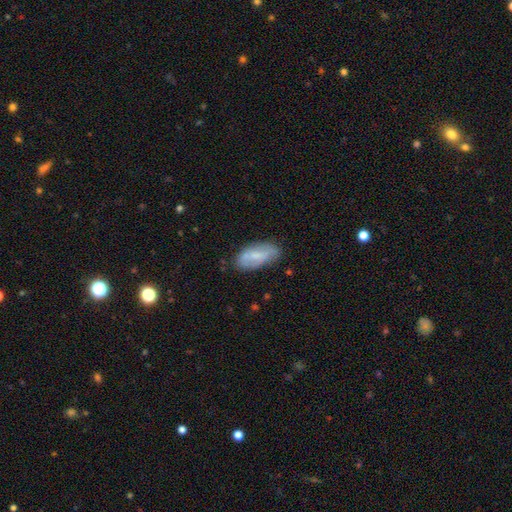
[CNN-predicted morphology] This is possibly a smooth galaxy (60%). How rounded: clearly in between (87%). Merging: likely none (72%).